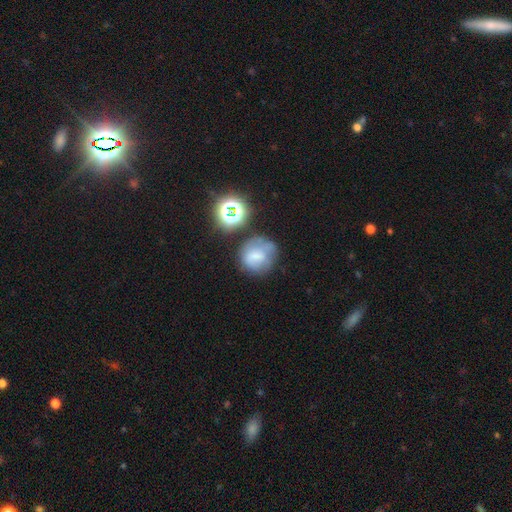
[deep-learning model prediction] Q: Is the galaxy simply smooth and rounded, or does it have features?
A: smooth — 58%.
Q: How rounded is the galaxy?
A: round — 77%.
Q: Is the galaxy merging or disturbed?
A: none — 50%.